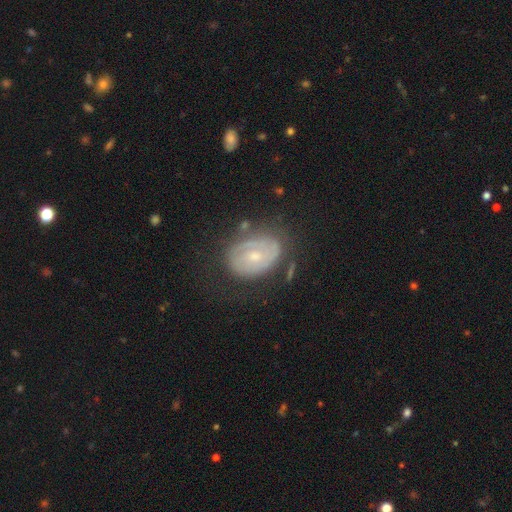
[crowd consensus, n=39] This is likely a featured or disk galaxy (72%). It is clearly not viewed edge-on (93%). Bar: likely no (65%). Spiral arm pattern: likely yes (73%). Spiral arm count: marginally can't tell (37%). Spiral winding: likely tight (68%). Central bulge: possibly moderate (46%). Merging: likely none (60%).